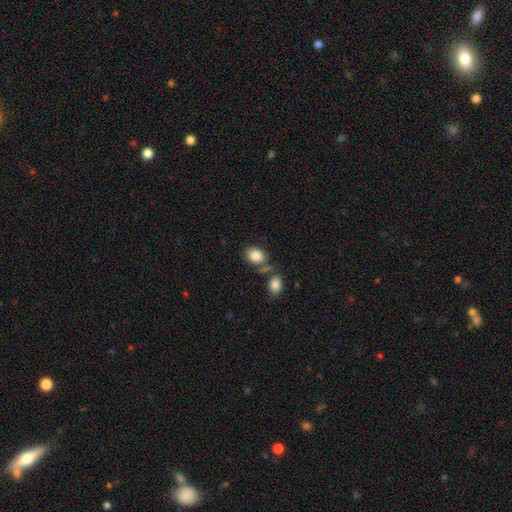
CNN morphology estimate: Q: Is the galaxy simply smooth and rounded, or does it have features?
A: smooth — 85%.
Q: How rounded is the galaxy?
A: in between — 69%.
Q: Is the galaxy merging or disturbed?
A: none — 58%.